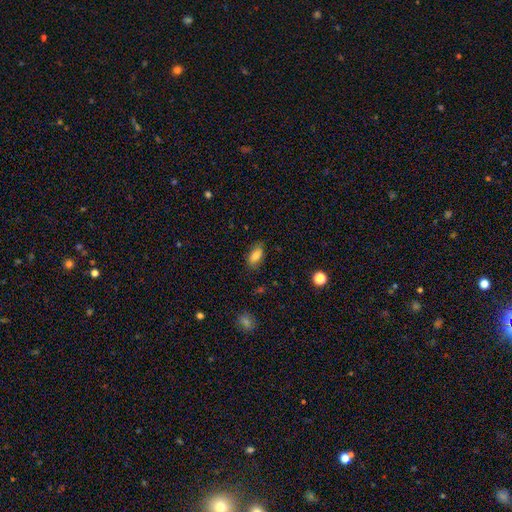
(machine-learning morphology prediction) smooth_or_featured: smooth (p=0.80) [alt: featured or disk p=0.11]
how_rounded: in between (p=0.88) [alt: cigar-shaped p=0.07]
merging: none (p=0.79) [alt: minor disturbance p=0.16]